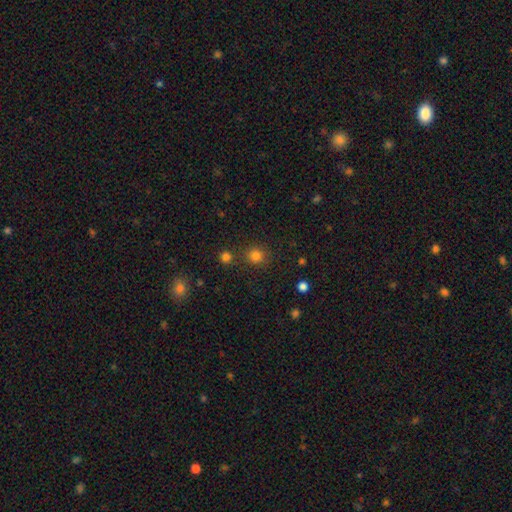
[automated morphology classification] Smooth or featured? smooth (81%)
How rounded? round (90%)
Merging? none (81%)